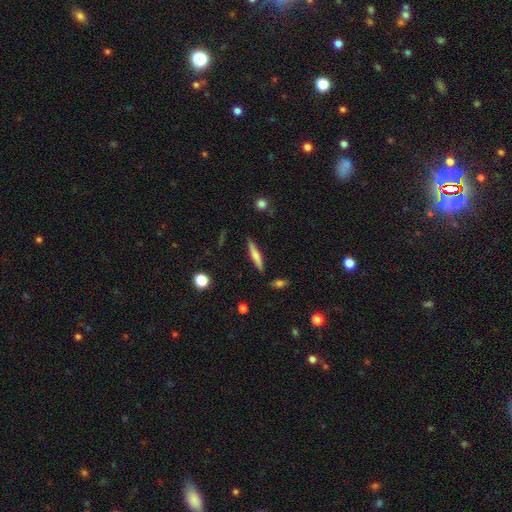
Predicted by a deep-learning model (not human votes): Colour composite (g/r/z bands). It shows a smooth galaxy with no disk features (60%) that is cigar-shaped (91%). Merging: none (88%).